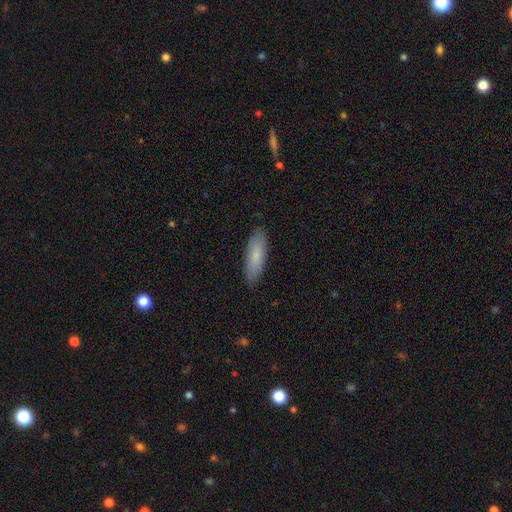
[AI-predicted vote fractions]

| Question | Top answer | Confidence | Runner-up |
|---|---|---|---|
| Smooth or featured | smooth | 81% | featured or disk (13%) |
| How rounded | cigar-shaped | 53% | in between (45%) |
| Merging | none | 88% | minor disturbance (10%) |